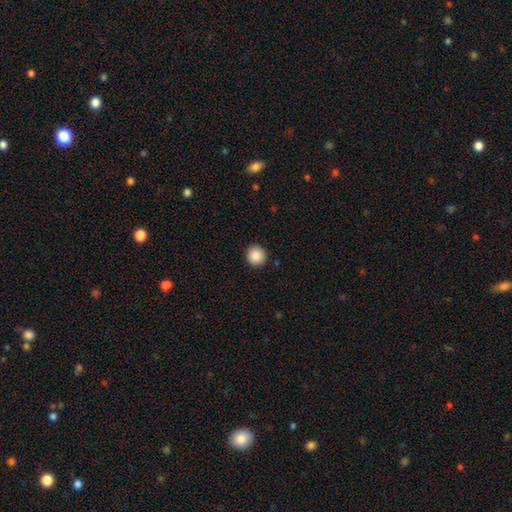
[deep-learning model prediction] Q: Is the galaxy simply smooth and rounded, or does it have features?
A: smooth — 88%.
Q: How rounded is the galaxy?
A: round — 94%.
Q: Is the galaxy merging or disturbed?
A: none — 92%.